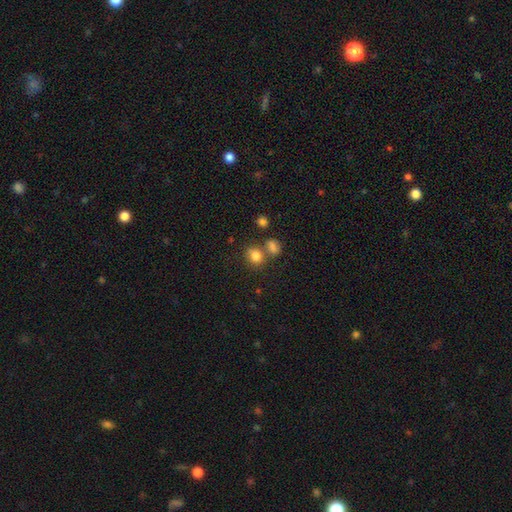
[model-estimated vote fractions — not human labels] A smooth galaxy with no disk features (80%) that is round (63%). Merging: none (60%).